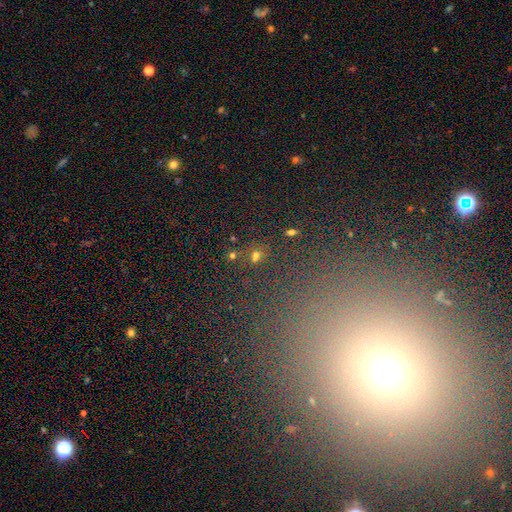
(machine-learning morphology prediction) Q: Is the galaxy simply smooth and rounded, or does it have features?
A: smooth — 53%.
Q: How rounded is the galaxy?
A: round — 56%.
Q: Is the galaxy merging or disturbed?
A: none — 62%.